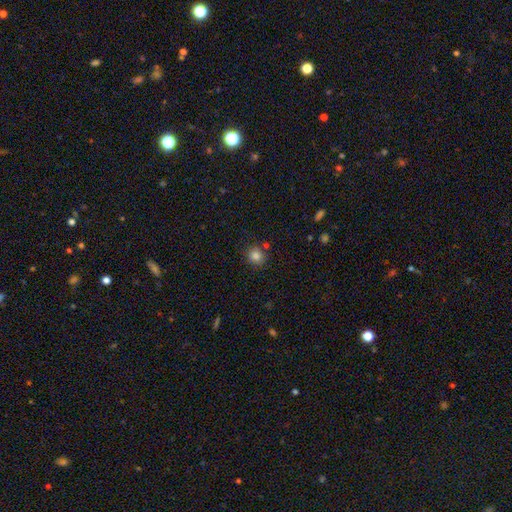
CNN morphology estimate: This is clearly a smooth galaxy (84%). How rounded: clearly round (86%). Merging: clearly none (81%).